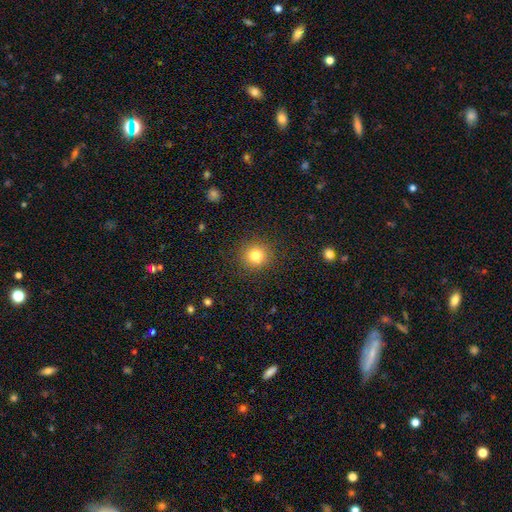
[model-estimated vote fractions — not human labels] smooth_or_featured: smooth (p=0.81) [alt: star or artifact p=0.13]
how_rounded: round (p=0.92) [alt: in between p=0.07]
merging: none (p=0.90) [alt: minor disturbance p=0.06]